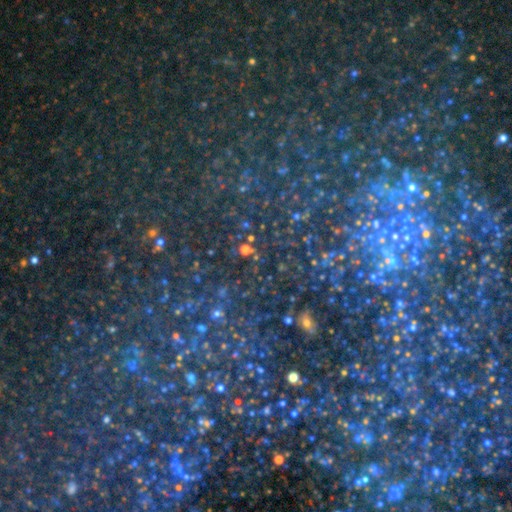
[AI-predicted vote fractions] A star or artifact, not a galaxy (79%).